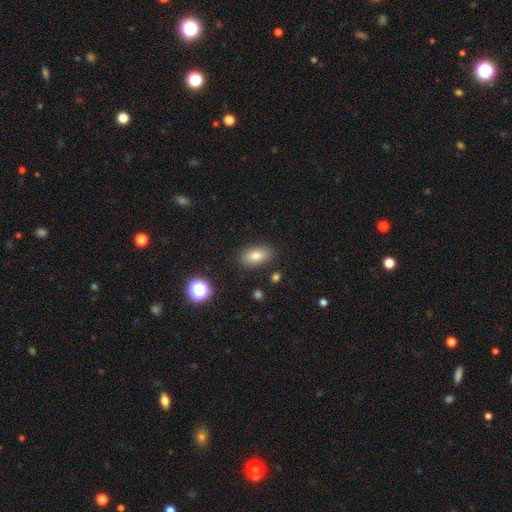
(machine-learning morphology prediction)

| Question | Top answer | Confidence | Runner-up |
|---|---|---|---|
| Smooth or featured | smooth | 81% | star or artifact (10%) |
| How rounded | in between | 89% | round (8%) |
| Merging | none | 86% | minor disturbance (10%) |